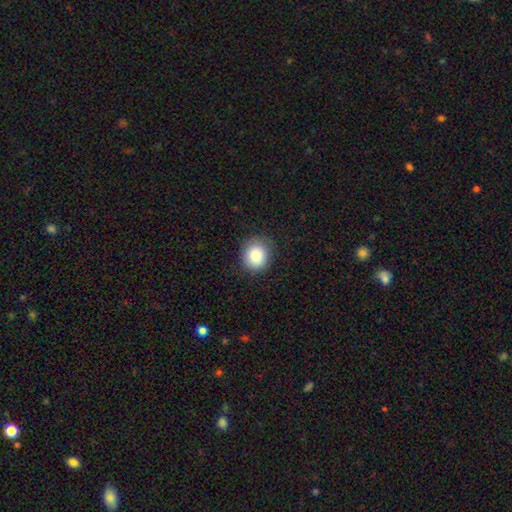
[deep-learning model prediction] smooth 86%, star or artifact 8%, featured or disk 6%. Down the decision tree: how rounded — round (78%); merging — none (85%).